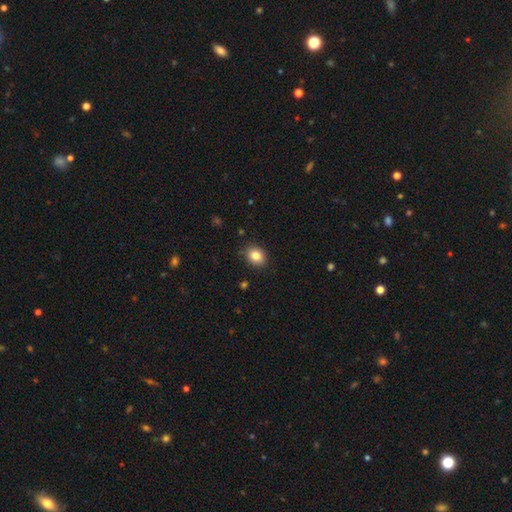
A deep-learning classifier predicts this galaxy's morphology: smooth-or-featured: smooth: 84% | star or artifact: 9% | featured or disk: 6%
  how-rounded: in between: 51% | round: 48% | cigar-shaped: 1%
  merging: none: 87% | minor disturbance: 10% | major disturbance: 2% | merger: 1%